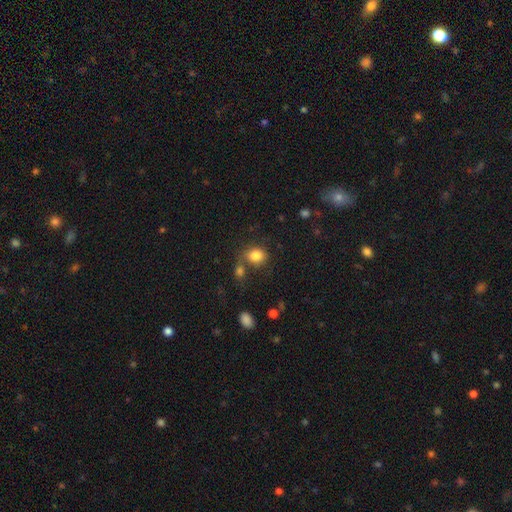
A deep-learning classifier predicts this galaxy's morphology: The model was most divided on "how rounded": in between: 50%, round: 49%, cigar-shaped: 1%. More confident: smooth or featured — smooth (84%); merging — none (60%).